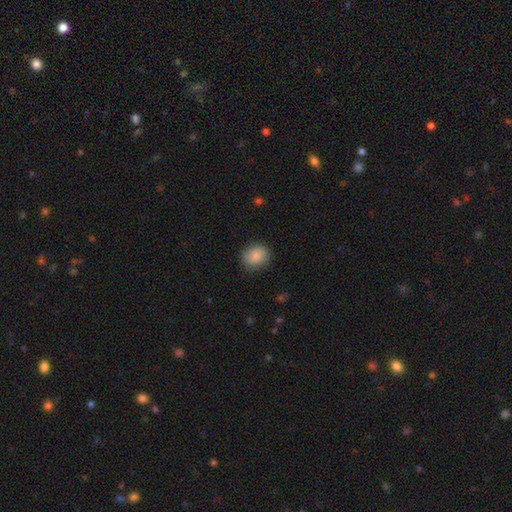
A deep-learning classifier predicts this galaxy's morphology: This appears to be a smooth galaxy with no disk features (87%) that is round (64%). Merging: none (83%).